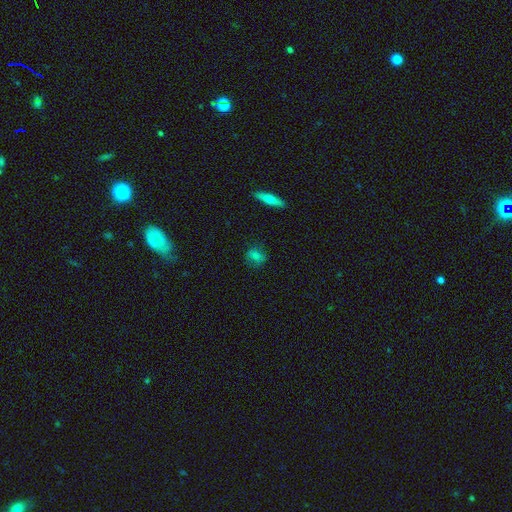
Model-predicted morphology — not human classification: A smooth galaxy with no disk features (75%) that is round (54%).

Vote fractions:
- Smooth or featured? smooth: 75% / featured or disk: 14% / star or artifact: 11%
- How rounded? round: 54% / in between: 42% / cigar-shaped: 4%
- Merging? none: 78% / minor disturbance: 16% / major disturbance: 4% / merger: 2%